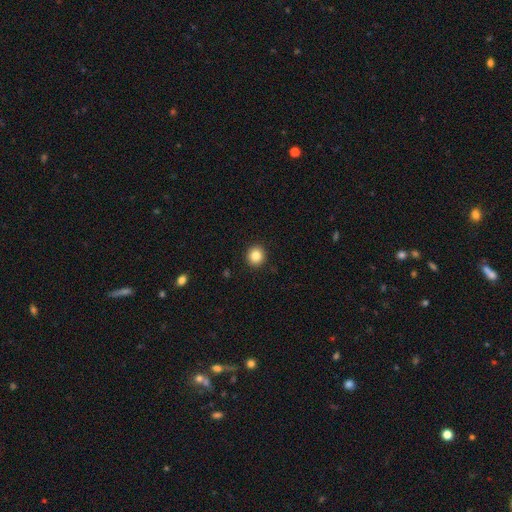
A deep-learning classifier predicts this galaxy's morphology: A smooth galaxy with no disk features (85%) that is round (92%). Merging: none (93%).